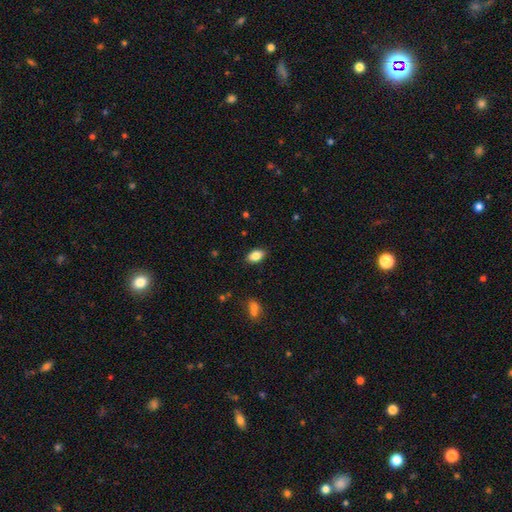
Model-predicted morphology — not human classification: The model was most divided on "smooth or featured": smooth: 84%, star or artifact: 8%, featured or disk: 8%. More confident: how rounded — in between (90%); merging — none (88%).